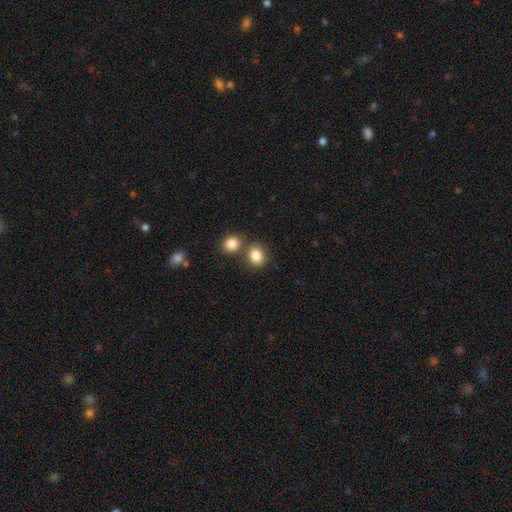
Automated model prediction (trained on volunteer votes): Overall: smooth (84%). How rounded: round (72%). Merging: none (62%; merger 26%).